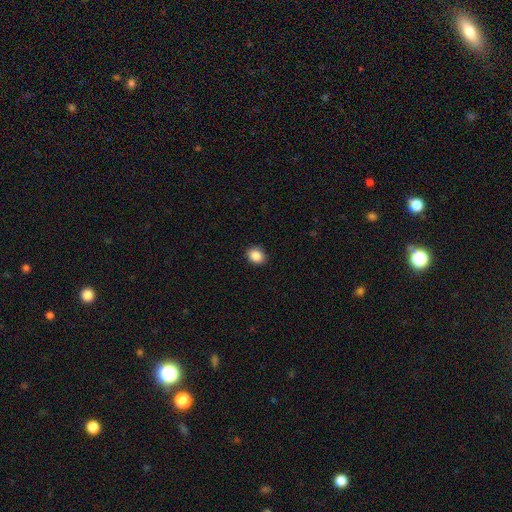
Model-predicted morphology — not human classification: Overall: smooth (88%). How rounded: round (52%; in between 47%). Merging: none (91%).